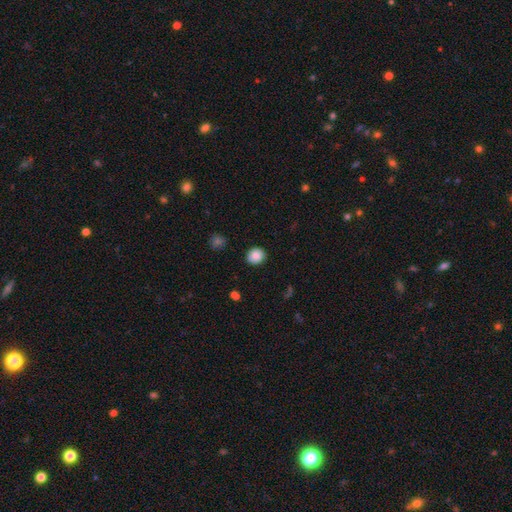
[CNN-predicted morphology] Smooth or featured? smooth (86%)
How rounded? round (85%)
Merging? none (89%)